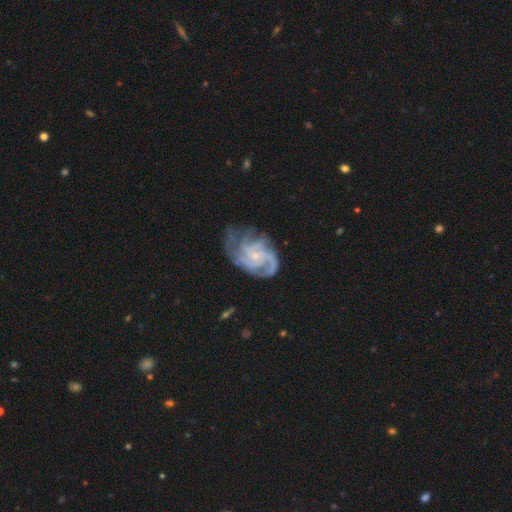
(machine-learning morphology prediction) The model was most divided on "spiral arm count": 3: 32%, 4: 26%, can't tell: 16%, 2: 13%, more than 4: 7%, 1: 6%. More confident: edge-on disk — no (98%); spiral arms — yes (98%); smooth or featured — featured or disk (89%); bulge size — small (77%); bar — no (68%); merging — none (57%); spiral winding — tight (55%).